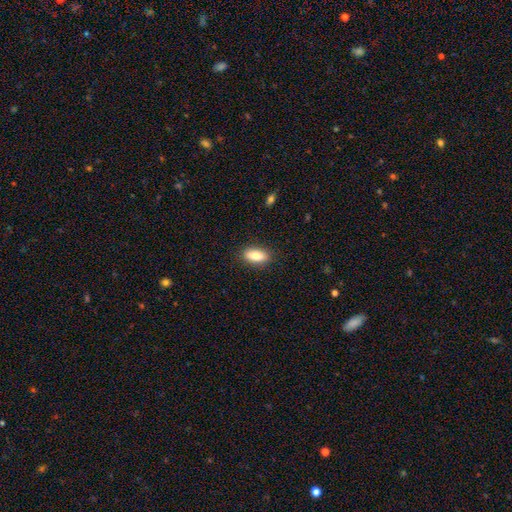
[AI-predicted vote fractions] smooth-or-featured: smooth: 82% | featured or disk: 11% | star or artifact: 7%
  how-rounded: in between: 85% | cigar-shaped: 11% | round: 4%
  merging: none: 88% | minor disturbance: 9% | major disturbance: 2% | merger: 1%